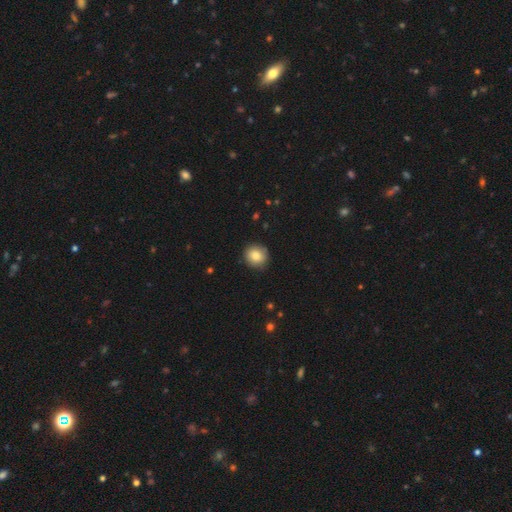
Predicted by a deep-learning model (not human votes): This appears to be a smooth galaxy with no disk features (84%) that is round (85%). Merging: none (87%).